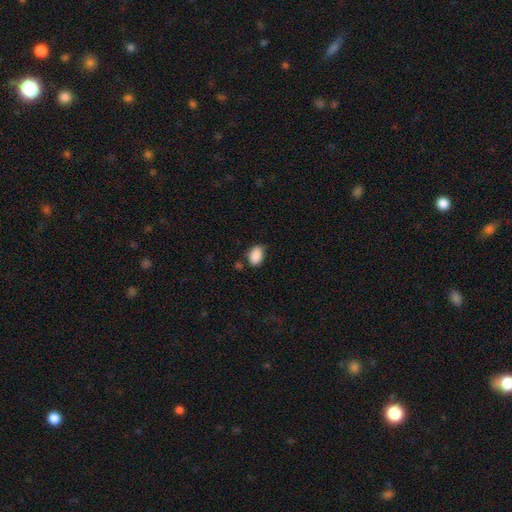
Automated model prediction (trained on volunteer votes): This is clearly a smooth galaxy (88%). How rounded: clearly in between (83%). Merging: likely none (65%).